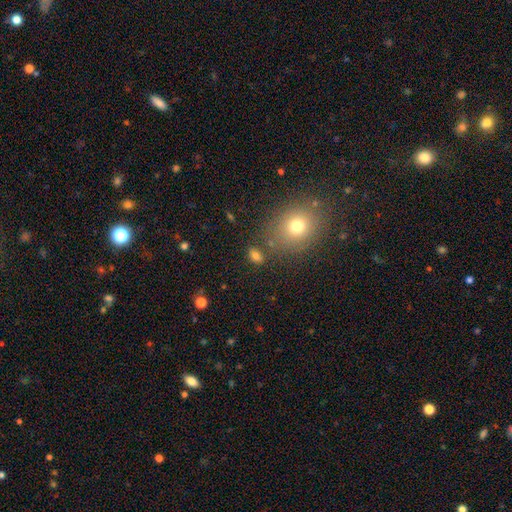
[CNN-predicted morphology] Smooth or featured: smooth — 75% (star or artifact — 16%)
How rounded: in between — 74% (round — 23%)
Merging: none — 75% (minor disturbance — 12%)